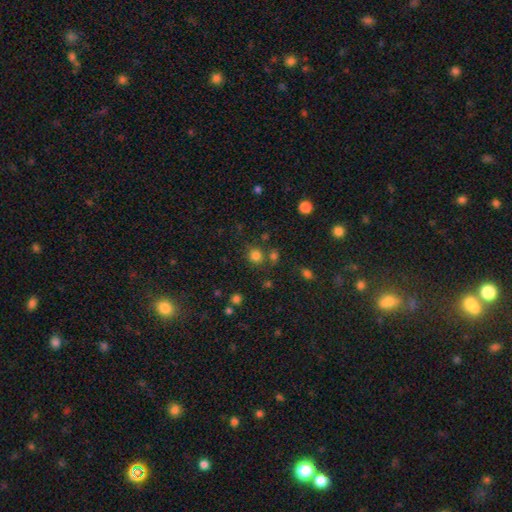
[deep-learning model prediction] A smooth galaxy with no disk features (78%) that is round (85%).

Vote fractions:
- Smooth or featured? smooth: 78% / star or artifact: 17% / featured or disk: 5%
- How rounded? round: 85% / in between: 14% / cigar-shaped: 1%
- Merging? none: 74% / merger: 12% / minor disturbance: 10% / major disturbance: 4%